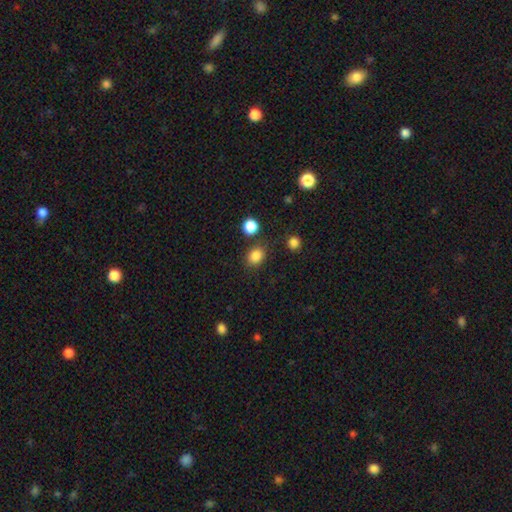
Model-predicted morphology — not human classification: A smooth galaxy with no disk features (84%) that is round (53%).

Vote fractions:
- Smooth or featured? smooth: 84% / star or artifact: 12% / featured or disk: 4%
- How rounded? round: 53% / in between: 46% / cigar-shaped: 1%
- Merging? none: 80% / minor disturbance: 11% / merger: 6% / major disturbance: 4%